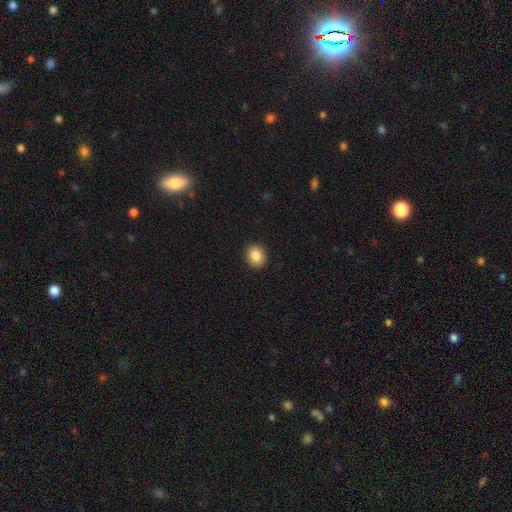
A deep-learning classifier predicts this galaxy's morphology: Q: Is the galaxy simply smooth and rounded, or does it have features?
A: smooth — 86%.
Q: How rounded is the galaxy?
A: round — 70%.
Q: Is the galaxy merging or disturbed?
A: none — 92%.